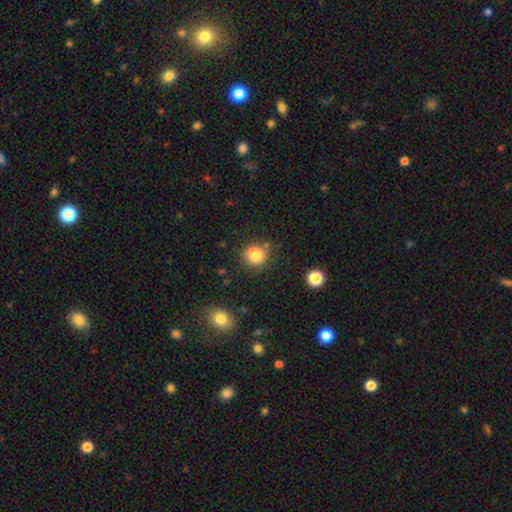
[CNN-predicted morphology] smooth 80%, star or artifact 12%, featured or disk 8%. Down the decision tree: how rounded — round (88%); merging — none (77%).